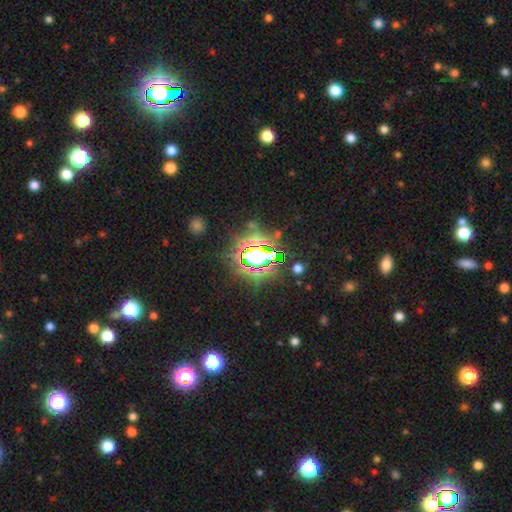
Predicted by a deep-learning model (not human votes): Overall: star or artifact (78%).